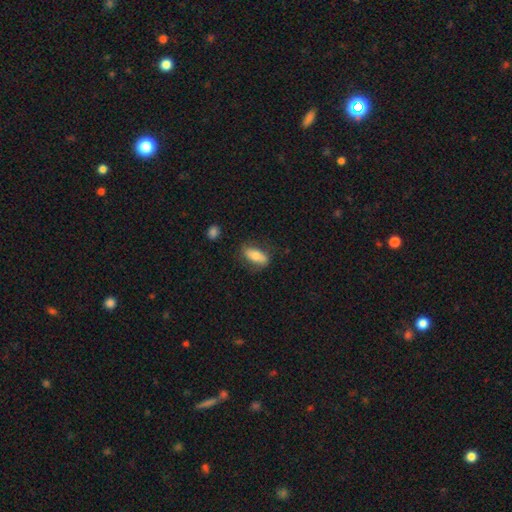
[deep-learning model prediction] smooth 70%, featured or disk 23%, star or artifact 6%. Down the decision tree: how rounded — in between (81%); merging — none (72%).